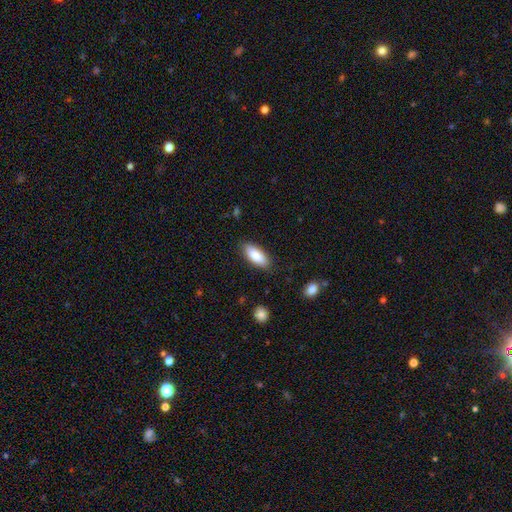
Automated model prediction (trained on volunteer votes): Morphology: type=smooth (85%); roundness=in between (79%); merging=none (84%).